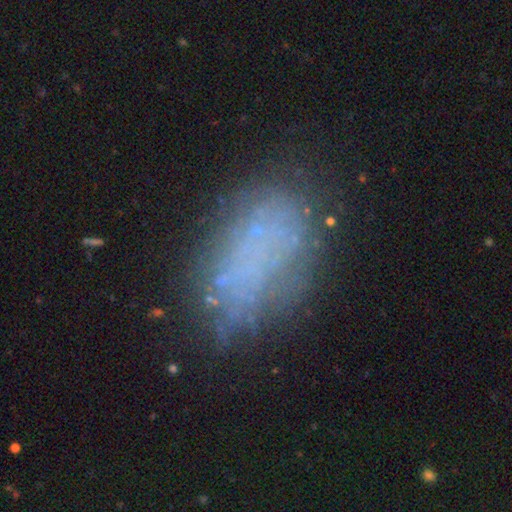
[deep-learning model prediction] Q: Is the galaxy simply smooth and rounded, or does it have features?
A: smooth — 48%.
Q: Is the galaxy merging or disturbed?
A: none — 63%.